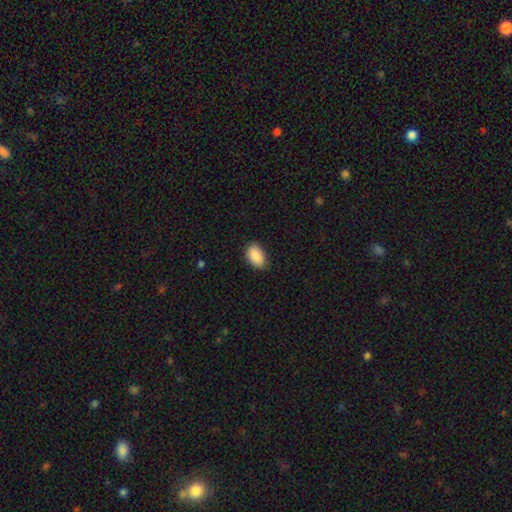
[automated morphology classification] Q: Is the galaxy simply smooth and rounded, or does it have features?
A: smooth — 90%.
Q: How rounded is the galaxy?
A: in between — 90%.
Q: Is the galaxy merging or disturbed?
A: none — 80%.